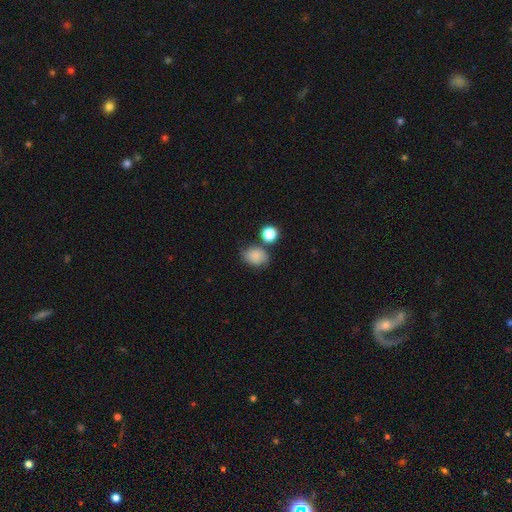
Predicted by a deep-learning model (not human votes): smooth-or-featured: smooth: 80% | star or artifact: 10% | featured or disk: 9%
  how-rounded: in between: 56% | round: 43% | cigar-shaped: 1%
  merging: none: 56% | minor disturbance: 23% | merger: 14% | major disturbance: 7%